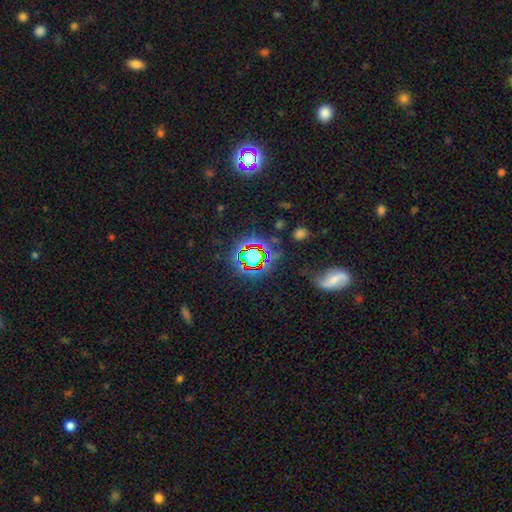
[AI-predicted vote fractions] smooth_or_featured: star or artifact (p=0.70) [alt: smooth p=0.19]